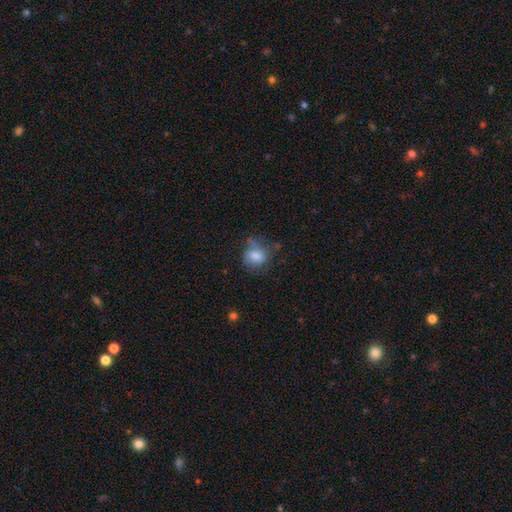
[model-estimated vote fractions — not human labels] Q: Smooth or featured?
A: smooth (73%); runner-up: featured or disk (17%)
Q: How rounded?
A: round (60%); runner-up: in between (39%)
Q: Merging?
A: none (46%); runner-up: minor disturbance (30%)